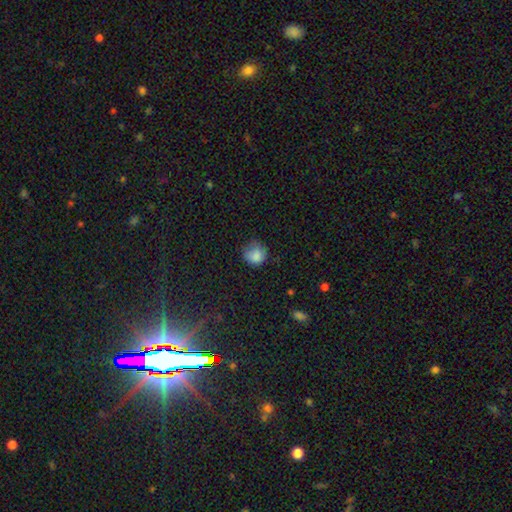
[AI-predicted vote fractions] Overall: smooth (84%). How rounded: round (83%). Merging: none (58%; minor disturbance 30%).